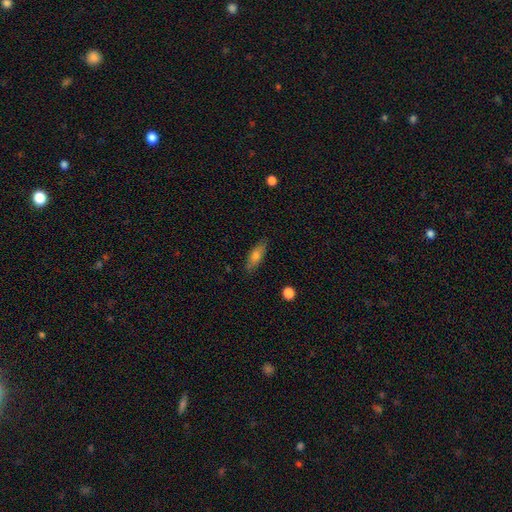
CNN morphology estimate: smooth-or-featured: smooth: 67% | featured or disk: 26% | star or artifact: 7%
  how-rounded: in between: 63% | cigar-shaped: 34% | round: 3%
  merging: none: 84% | minor disturbance: 12% | major disturbance: 3% | merger: 1%